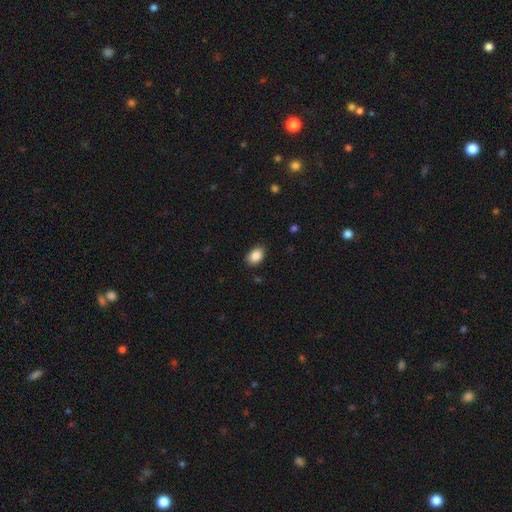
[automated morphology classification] This is clearly a smooth galaxy (88%). How rounded: clearly in between (86%). Merging: clearly none (86%).